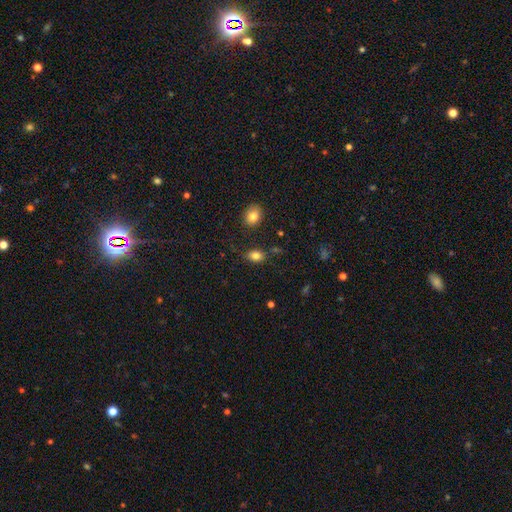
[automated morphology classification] smooth_or_featured: smooth (p=0.83) [alt: star or artifact p=0.11]
how_rounded: in between (p=0.77) [alt: round p=0.22]
merging: none (p=0.78) [alt: minor disturbance p=0.15]